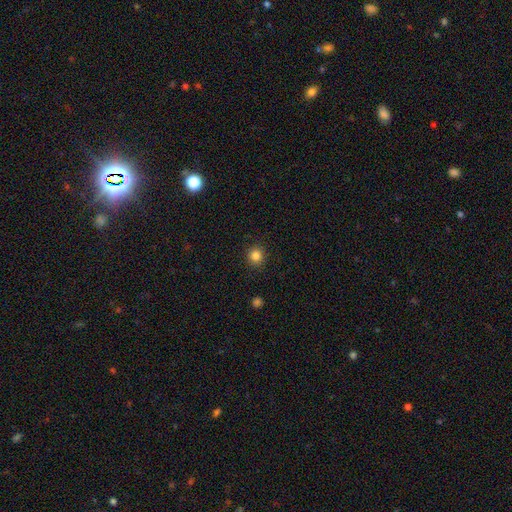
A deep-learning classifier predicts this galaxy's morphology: smooth-or-featured: smooth: 84% | star or artifact: 12% | featured or disk: 4%
  how-rounded: round: 92% | in between: 7% | cigar-shaped: 1%
  merging: none: 92% | minor disturbance: 5% | major disturbance: 2% | merger: 1%